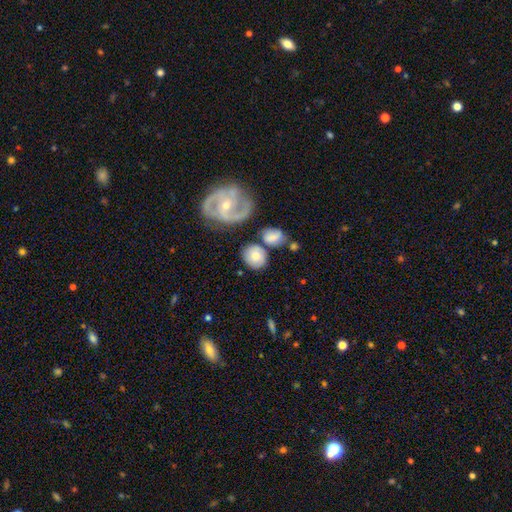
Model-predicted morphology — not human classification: smooth 57%, featured or disk 36%, star or artifact 7%. Down the decision tree: how rounded — round (70%); merging — none (64%).